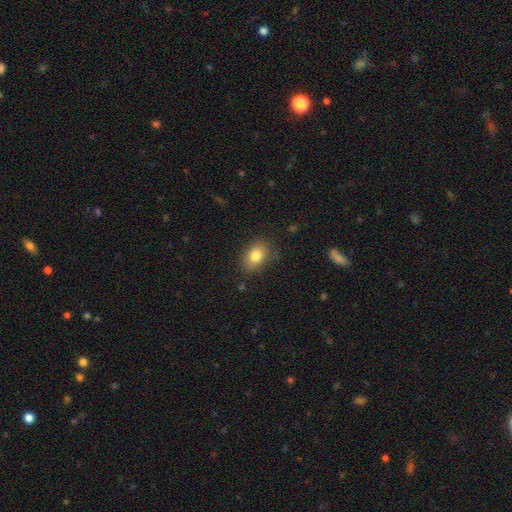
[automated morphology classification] Smooth or featured?
  - smooth: 81% *
  - featured or disk: 9%
  - star or artifact: 9%
How rounded?
  - in between: 76% *
  - round: 23%
  - cigar-shaped: 1%
Merging?
  - none: 80% *
  - minor disturbance: 15%
  - major disturbance: 4%
  - merger: 1%